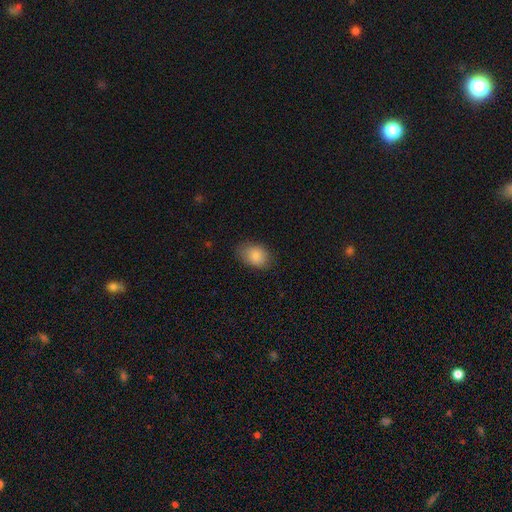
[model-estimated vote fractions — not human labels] smooth 86%, star or artifact 7%, featured or disk 7%. Down the decision tree: how rounded — in between (79%); merging — none (76%).